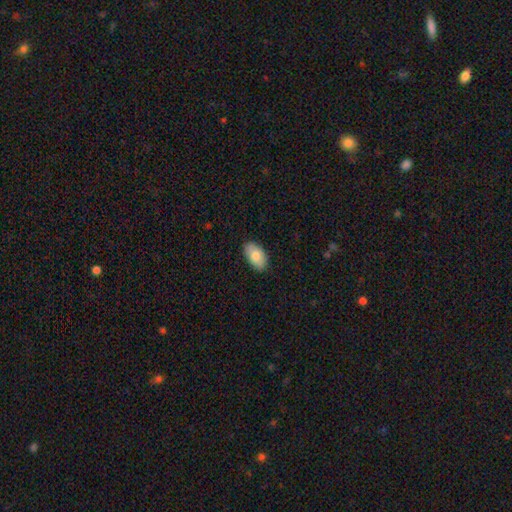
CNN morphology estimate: A smooth galaxy with no disk features (79%) that is in between round and cigar-shaped (93%).

Vote fractions:
- Smooth or featured? smooth: 79% / featured or disk: 15% / star or artifact: 6%
- How rounded? in between: 93% / round: 5% / cigar-shaped: 1%
- Merging? none: 84% / minor disturbance: 12% / major disturbance: 2% / merger: 1%